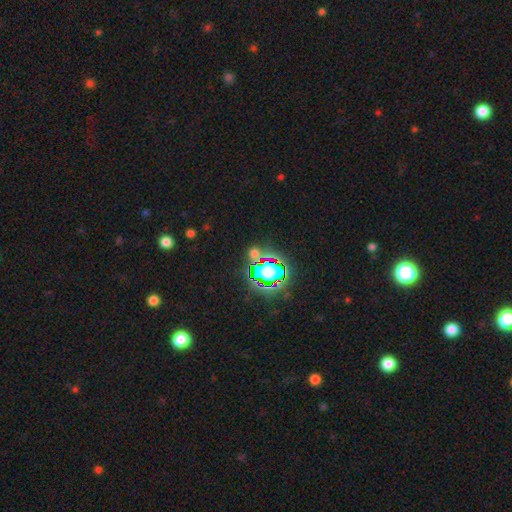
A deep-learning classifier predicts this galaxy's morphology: type=star or artifact (70%).